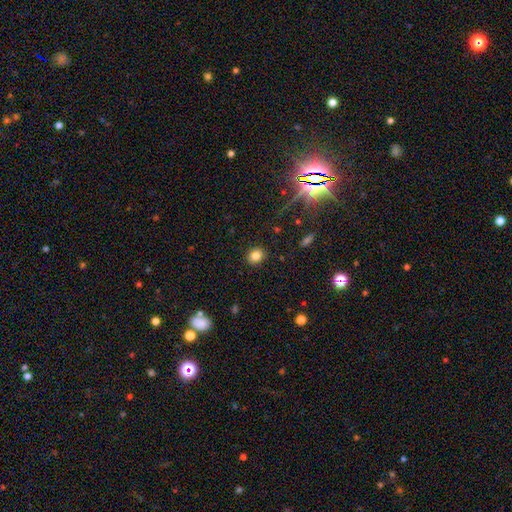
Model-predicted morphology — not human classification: Q: Smooth or featured?
A: smooth (82%); runner-up: star or artifact (12%)
Q: How rounded?
A: round (67%); runner-up: in between (32%)
Q: Merging?
A: none (89%); runner-up: minor disturbance (7%)